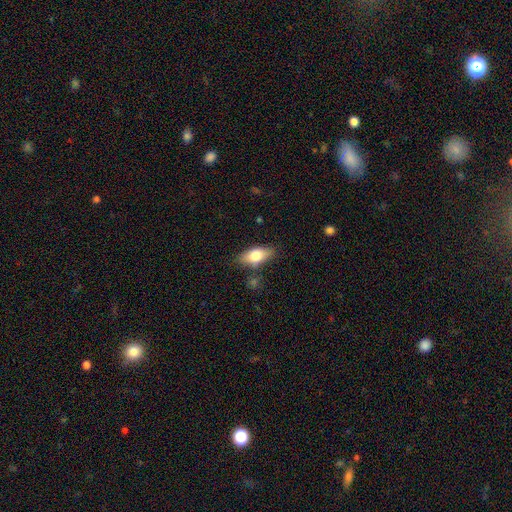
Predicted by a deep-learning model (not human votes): A smooth galaxy with no disk features (73%) that is in between round and cigar-shaped (83%).

Vote fractions:
- Smooth or featured? smooth: 73% / featured or disk: 20% / star or artifact: 7%
- How rounded? in between: 83% / cigar-shaped: 13% / round: 4%
- Merging? none: 78% / minor disturbance: 15% / merger: 4% / major disturbance: 3%